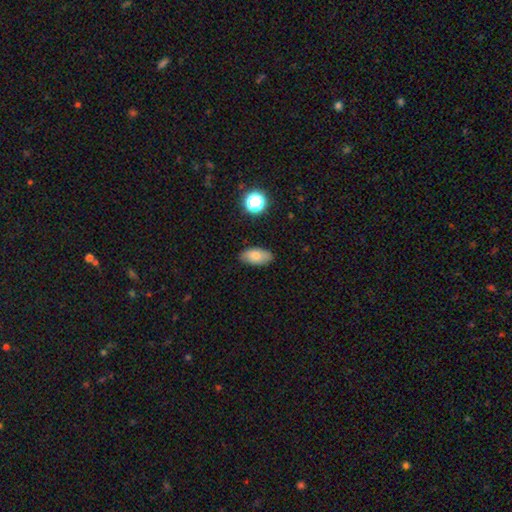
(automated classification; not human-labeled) Q: Smooth or featured?
A: smooth (80%); runner-up: featured or disk (12%)
Q: How rounded?
A: in between (92%); runner-up: round (5%)
Q: Merging?
A: none (84%); runner-up: minor disturbance (12%)